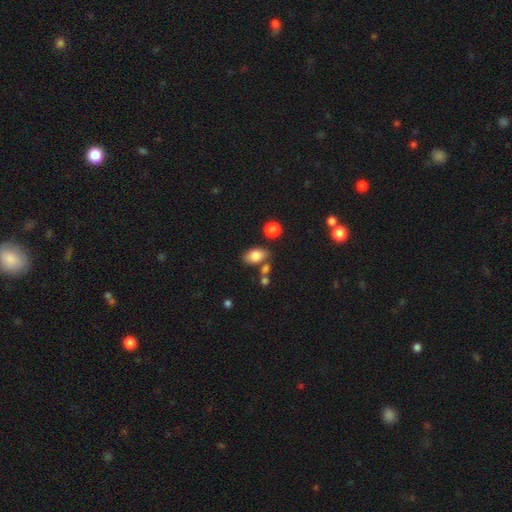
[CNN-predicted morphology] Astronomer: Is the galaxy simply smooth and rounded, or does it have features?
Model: smooth — 82%.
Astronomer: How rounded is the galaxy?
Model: in between — 86%.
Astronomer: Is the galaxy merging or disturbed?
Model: none — 70%.